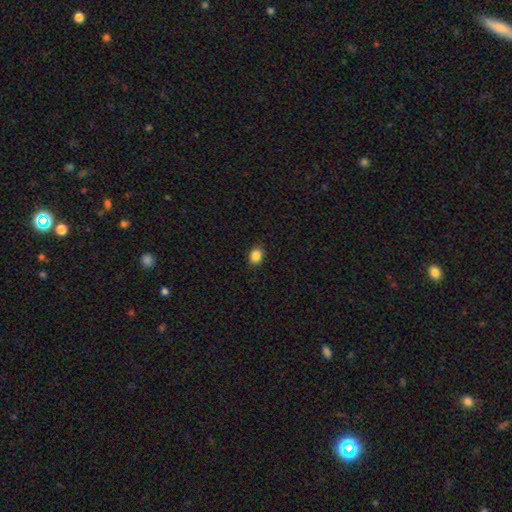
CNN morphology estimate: The model was most divided on "how rounded": in between: 53%, round: 46%, cigar-shaped: 1%. More confident: merging — none (89%); smooth or featured — smooth (87%).